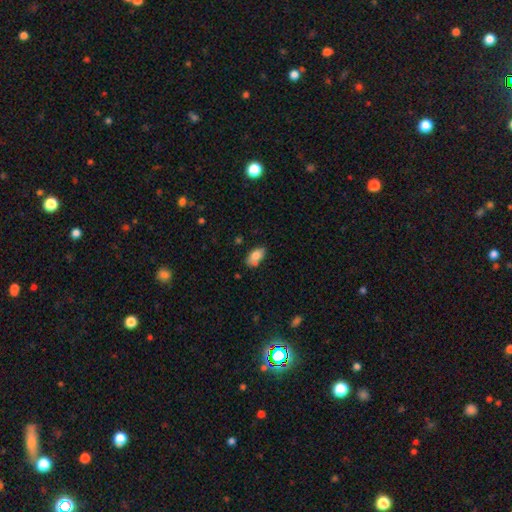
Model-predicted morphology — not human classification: smooth_or_featured: smooth (p=0.79) [alt: featured or disk p=0.13]
how_rounded: in between (p=0.92) [alt: round p=0.04]
merging: none (p=0.66) [alt: minor disturbance p=0.24]